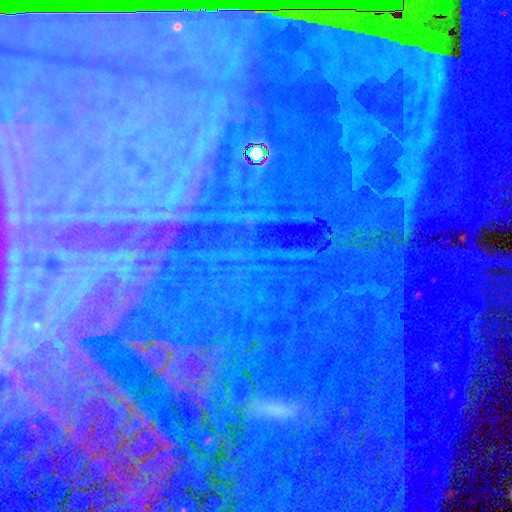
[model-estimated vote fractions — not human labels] The model was most divided on "smooth or featured": star or artifact: 85%, featured or disk: 8%, smooth: 7%.